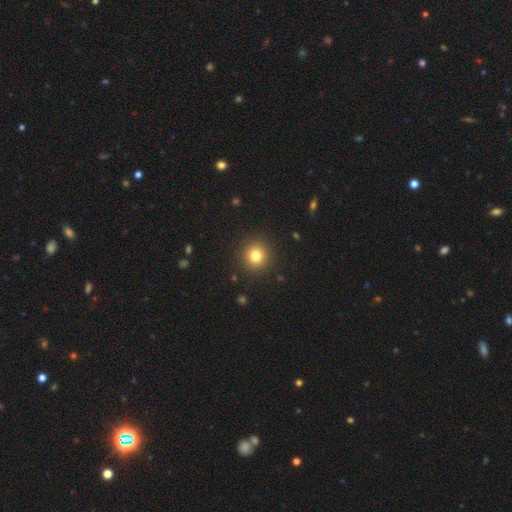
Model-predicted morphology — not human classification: This is clearly a smooth galaxy (80%). How rounded: clearly round (92%). Merging: clearly none (91%).